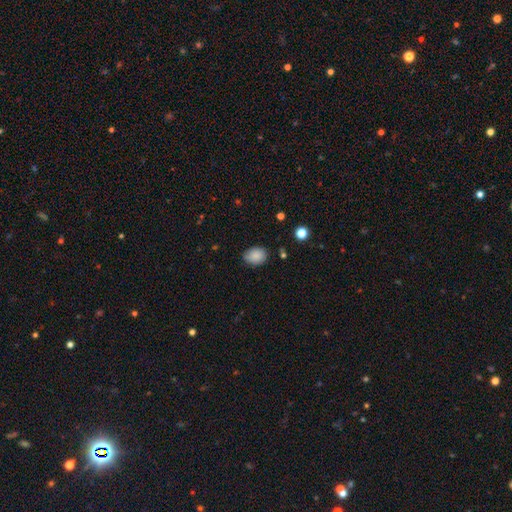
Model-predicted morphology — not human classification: A smooth galaxy with no disk features (86%) that is in between round and cigar-shaped (68%). Merging: none (75%).